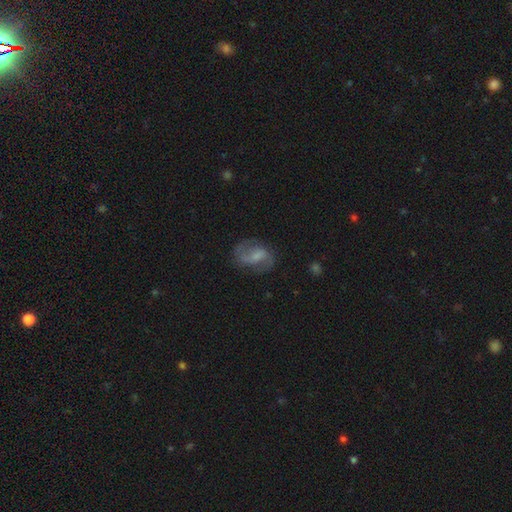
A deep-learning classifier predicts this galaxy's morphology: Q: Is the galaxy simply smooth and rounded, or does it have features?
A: featured or disk — 74%.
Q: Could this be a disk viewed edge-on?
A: no — 97%.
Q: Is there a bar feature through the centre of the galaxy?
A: weak — 52%.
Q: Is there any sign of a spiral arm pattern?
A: yes — 93%.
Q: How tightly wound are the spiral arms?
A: medium — 48%.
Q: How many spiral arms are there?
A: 2 — 89%.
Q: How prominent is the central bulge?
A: none — 38%.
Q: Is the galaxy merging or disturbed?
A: none — 72%.